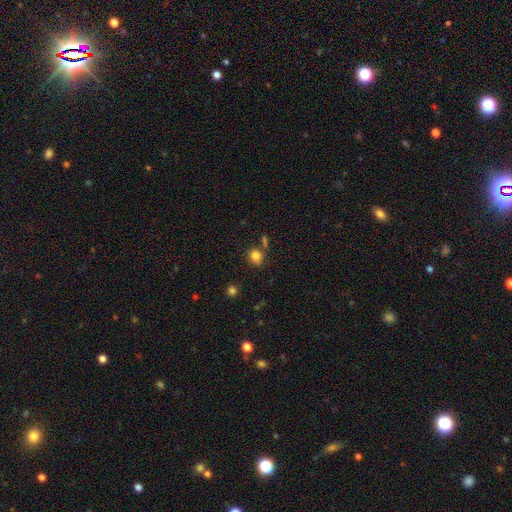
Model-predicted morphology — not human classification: A smooth galaxy with no disk features (81%) that is round (72%). Merging: none (71%).